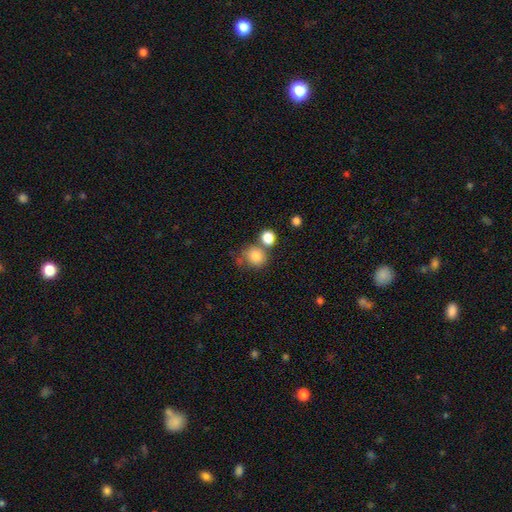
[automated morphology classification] smooth 83%, star or artifact 10%, featured or disk 7%. Down the decision tree: how rounded — round (83%); merging — none (56%).